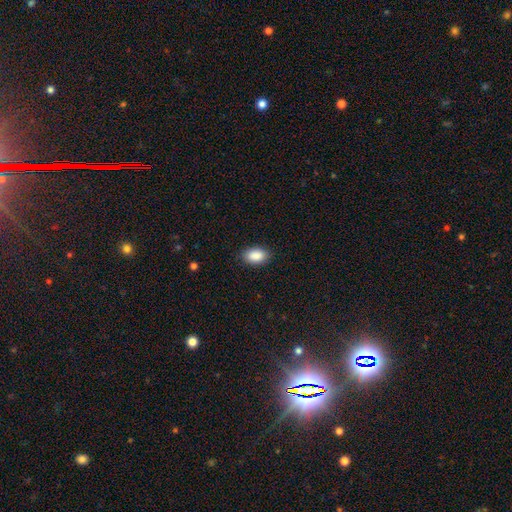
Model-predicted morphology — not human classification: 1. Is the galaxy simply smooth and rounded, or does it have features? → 90% smooth, 7% star or artifact, 3% featured or disk.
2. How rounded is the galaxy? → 92% in between, 6% round, 1% cigar-shaped.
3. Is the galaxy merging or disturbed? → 88% none, 9% minor disturbance, 2% major disturbance, 1% merger.